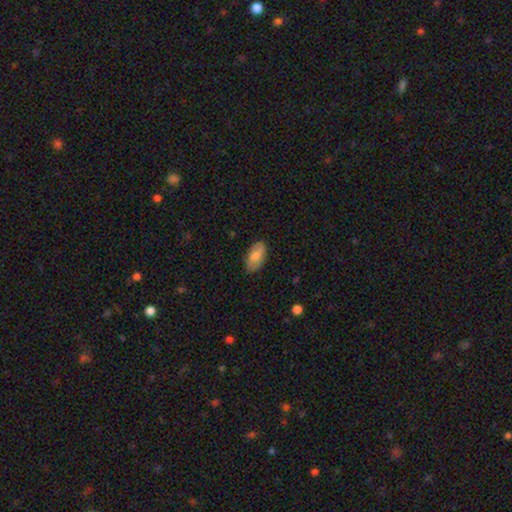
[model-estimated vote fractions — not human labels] Smooth or featured?
  - smooth: 73% *
  - featured or disk: 20%
  - star or artifact: 6%
How rounded?
  - in between: 94% *
  - round: 4%
  - cigar-shaped: 2%
Merging?
  - none: 82% *
  - minor disturbance: 14%
  - major disturbance: 3%
  - merger: 1%